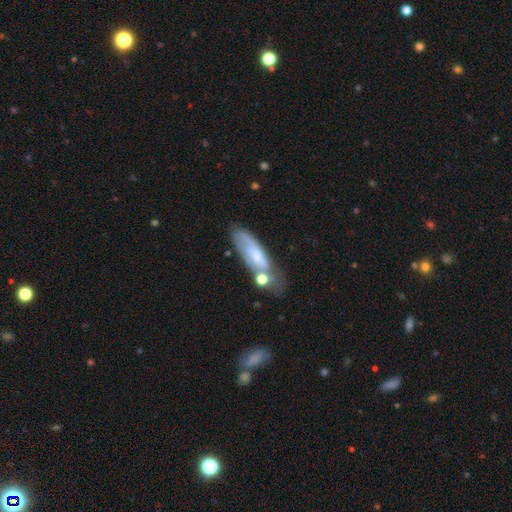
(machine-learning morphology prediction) This is possibly a smooth galaxy (48%). Merging: possibly none (50%).